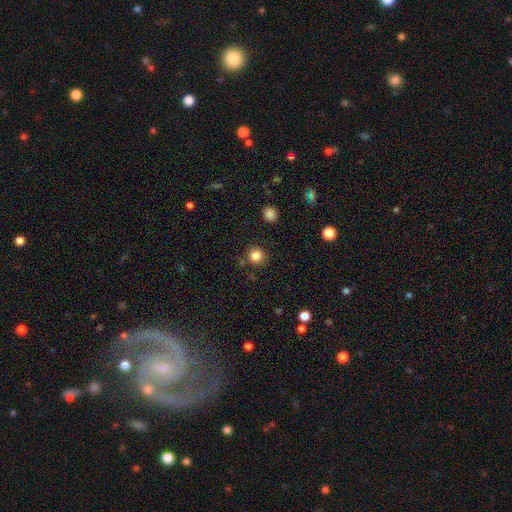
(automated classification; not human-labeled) Q: Smooth or featured?
A: smooth (84%); runner-up: star or artifact (12%)
Q: How rounded?
A: round (92%); runner-up: in between (7%)
Q: Merging?
A: none (84%); runner-up: minor disturbance (8%)